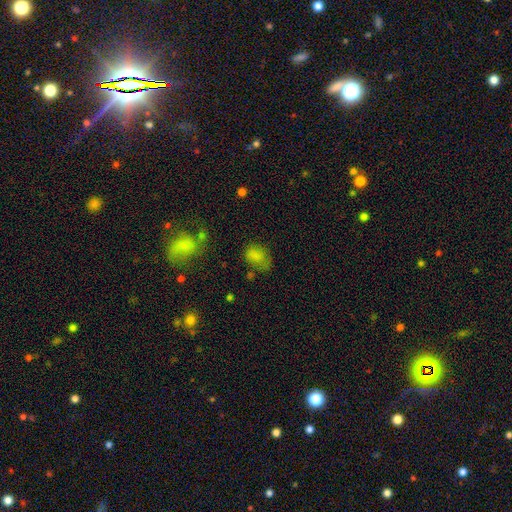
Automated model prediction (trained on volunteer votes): Smooth or featured? smooth (76%)
How rounded? in between (73%)
Merging? none (50%)